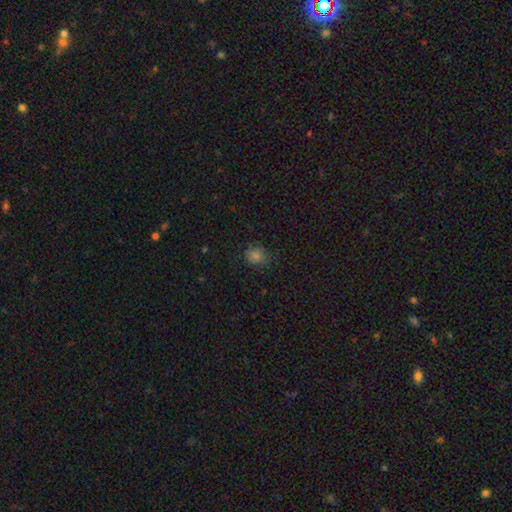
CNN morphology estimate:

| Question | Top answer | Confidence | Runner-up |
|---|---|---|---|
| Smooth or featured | smooth | 77% | star or artifact (16%) |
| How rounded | round | 75% | in between (25%) |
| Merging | none | 81% | minor disturbance (15%) |